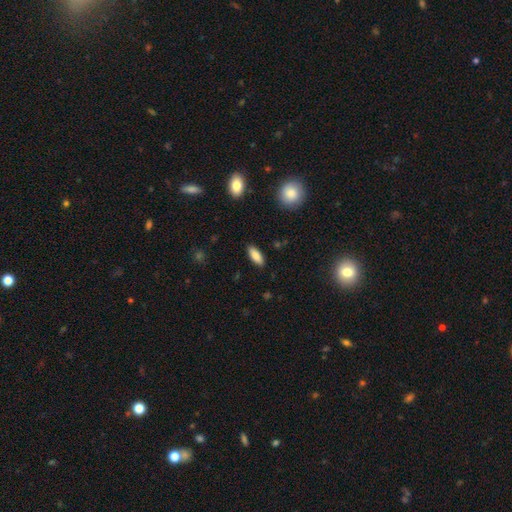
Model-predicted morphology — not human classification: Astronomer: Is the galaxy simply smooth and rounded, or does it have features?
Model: smooth — 85%.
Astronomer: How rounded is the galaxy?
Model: in between — 77%.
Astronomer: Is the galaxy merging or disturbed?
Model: none — 88%.